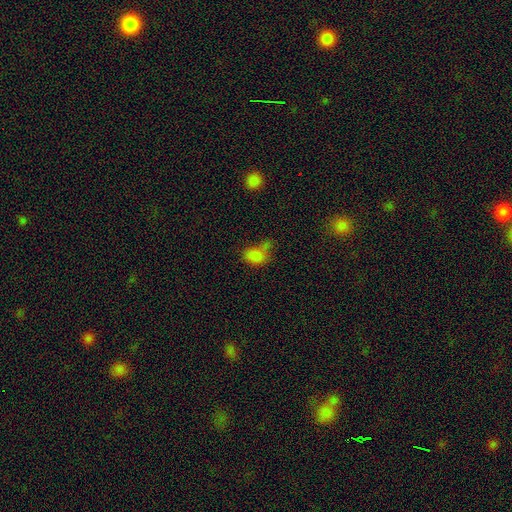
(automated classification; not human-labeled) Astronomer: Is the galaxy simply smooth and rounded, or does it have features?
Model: smooth — 78%.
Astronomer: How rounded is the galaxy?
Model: in between — 69%.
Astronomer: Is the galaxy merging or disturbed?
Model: none — 34% (runner-up: merger, 29%).